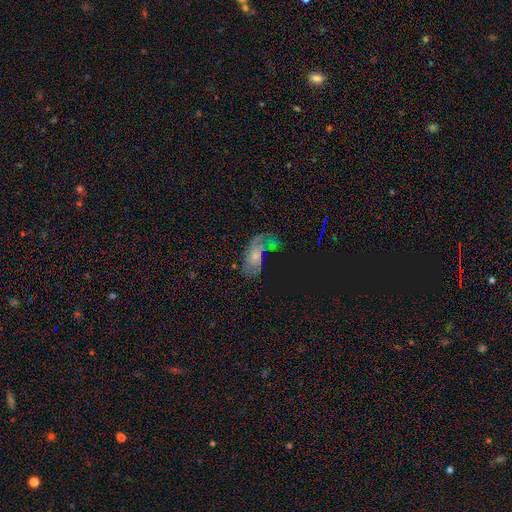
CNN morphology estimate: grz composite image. It shows a featured or disk galaxy (43%). Merging: none (36%).